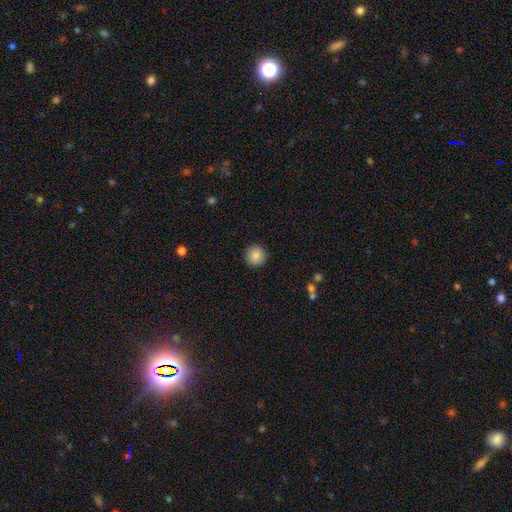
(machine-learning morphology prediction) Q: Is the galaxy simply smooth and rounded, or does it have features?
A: smooth — 87%.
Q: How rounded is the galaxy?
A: round — 95%.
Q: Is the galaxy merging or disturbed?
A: none — 92%.